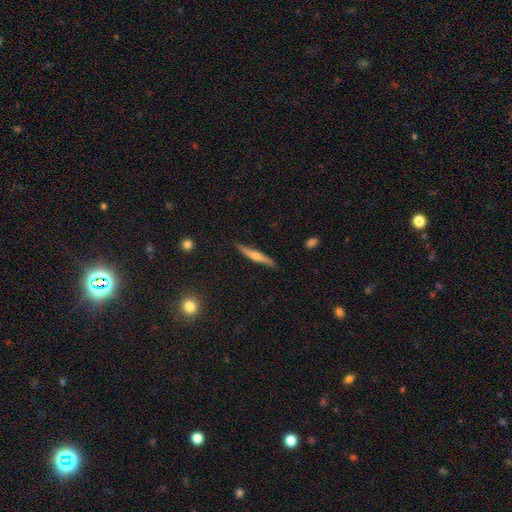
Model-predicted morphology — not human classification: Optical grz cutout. It shows a featured or disk galaxy (64%) viewed edge-on (96%) with a rounded central bulge (84%). Merging: none (88%).